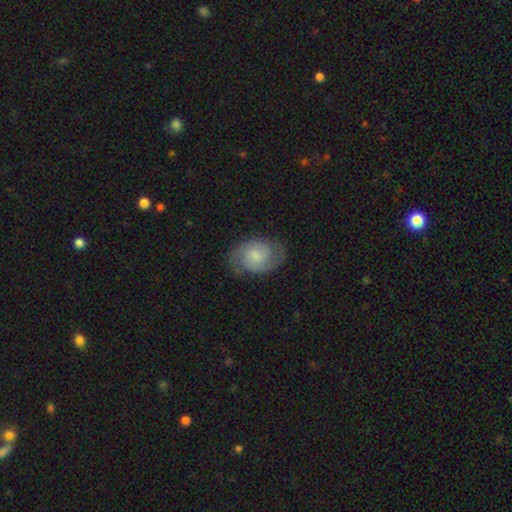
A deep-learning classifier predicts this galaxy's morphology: type=featured or disk (68%); edge-on=no (97%); bar=weak (49%); spiral arms=yes (93%); winding=medium (48%); arm count=2 (84%); bulge=small (41%); merging=none (75%).